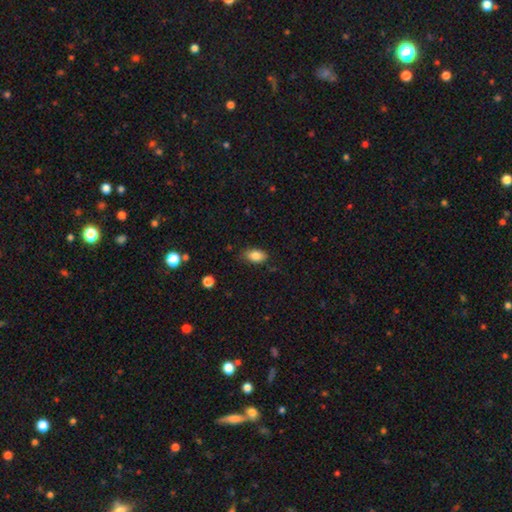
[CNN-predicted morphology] Smooth or featured? smooth (85%)
How rounded? in between (90%)
Merging? none (76%)